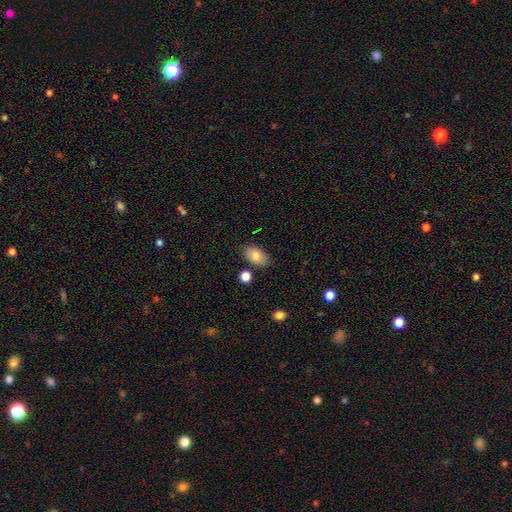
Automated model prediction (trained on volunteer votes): This appears to be a smooth galaxy with no disk features (80%) that is in between round and cigar-shaped (92%). Merging: none (82%).